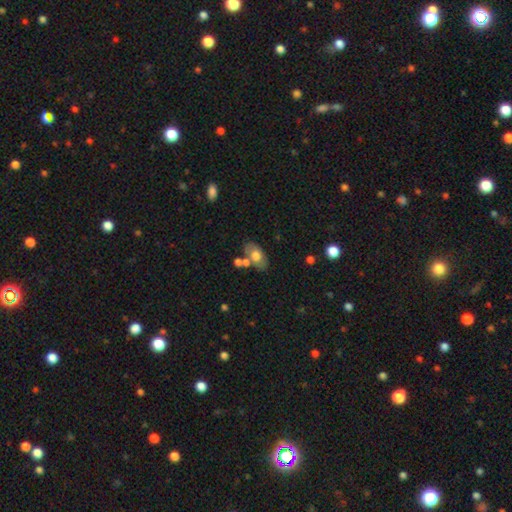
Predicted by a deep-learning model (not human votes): This appears to be a smooth galaxy with no disk features (64%) that is in between round and cigar-shaped (90%). Merging: none (58%).